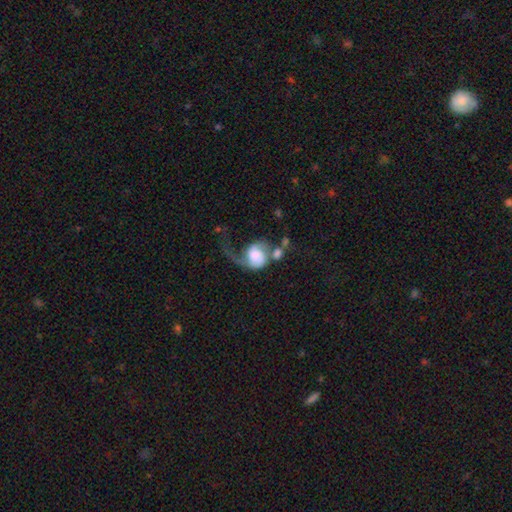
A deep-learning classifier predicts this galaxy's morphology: featured or disk 56%, smooth 37%, star or artifact 7%. Down the decision tree: edge-on disk — no (97%); bar — no (72%); spiral arms — yes (84%); bulge size — large (29%); merging — major disturbance (44%).